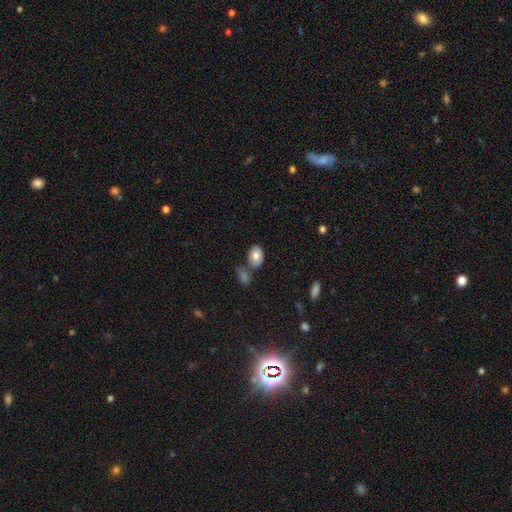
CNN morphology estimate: smooth_or_featured: smooth (p=0.80) [alt: featured or disk p=0.13]
how_rounded: in between (p=0.85) [alt: round p=0.14]
merging: none (p=0.62) [alt: merger p=0.20]